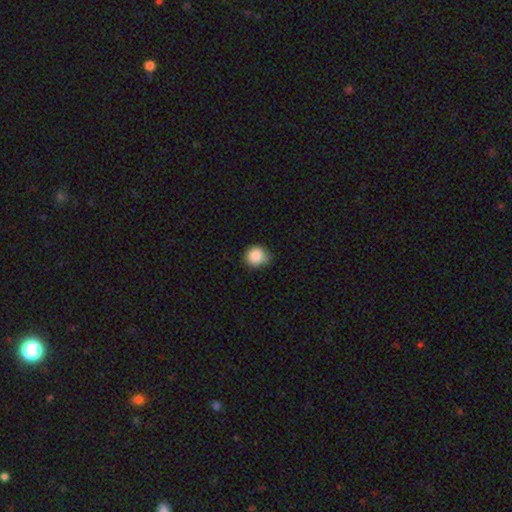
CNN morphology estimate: smooth 86%, star or artifact 9%, featured or disk 5%. Down the decision tree: how rounded — round (83%); merging — none (63%).